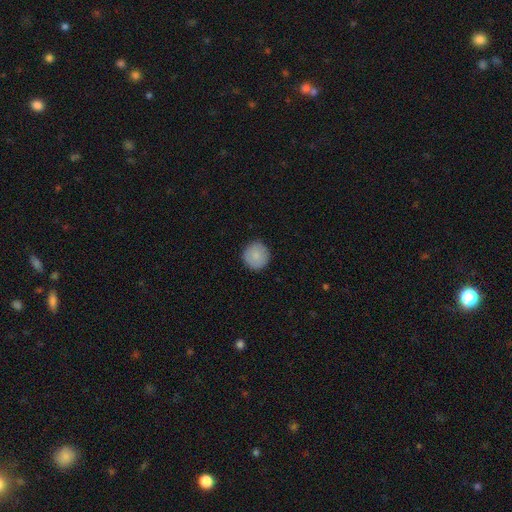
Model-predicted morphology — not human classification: smooth_or_featured: smooth (p=0.85) [alt: featured or disk p=0.08]
how_rounded: round (p=0.95) [alt: in between p=0.04]
merging: none (p=0.90) [alt: minor disturbance p=0.07]